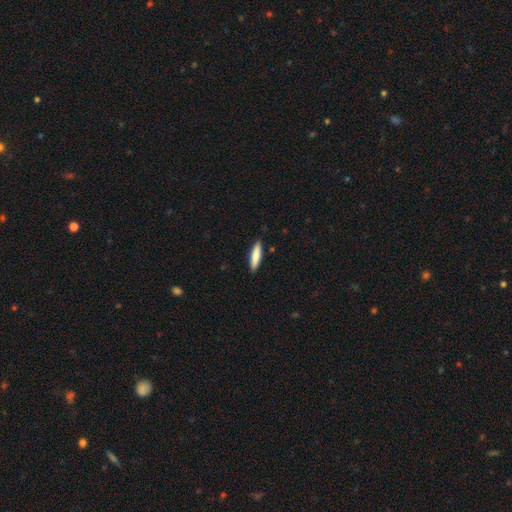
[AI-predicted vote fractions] Smooth or featured?
  - smooth: 81% *
  - featured or disk: 14%
  - star or artifact: 5%
How rounded?
  - cigar-shaped: 80% *
  - in between: 19%
  - round: 1%
Merging?
  - none: 89% *
  - minor disturbance: 8%
  - major disturbance: 2%
  - merger: 1%